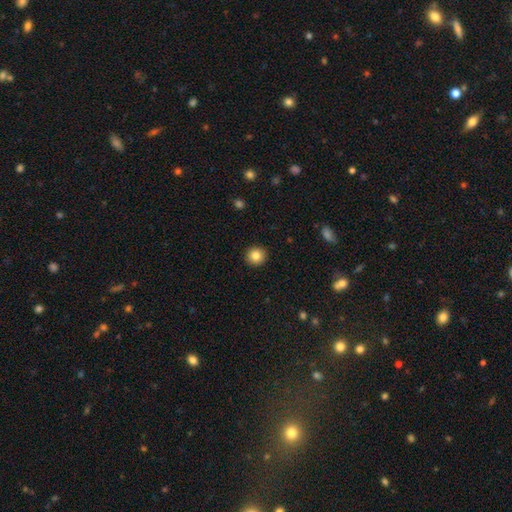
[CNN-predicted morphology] type=smooth (84%); roundness=round (92%); merging=none (92%).